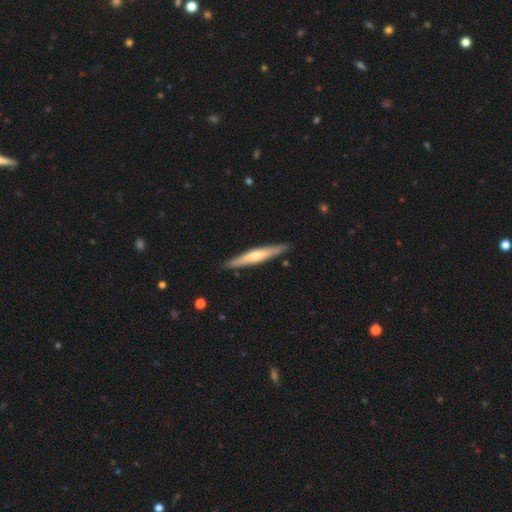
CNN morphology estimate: Overall: featured or disk (55%; smooth 40%). Edge-on disk: yes (95%). Edge-on bulge: rounded (72%). Merging: none (89%).